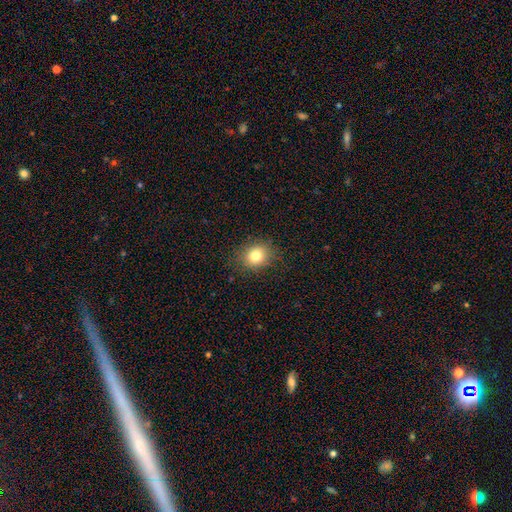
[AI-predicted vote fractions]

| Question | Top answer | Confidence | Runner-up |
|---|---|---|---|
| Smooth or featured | smooth | 80% | star or artifact (12%) |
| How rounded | round | 64% | in between (35%) |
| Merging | none | 85% | minor disturbance (11%) |